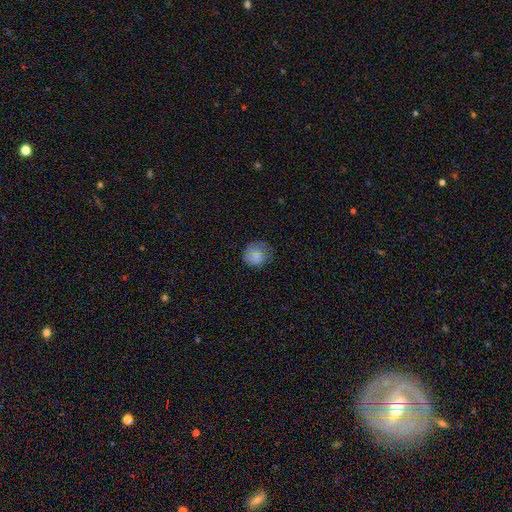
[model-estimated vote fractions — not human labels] This appears to be a smooth galaxy with no disk features (79%) that is round (79%). Merging: none (70%).